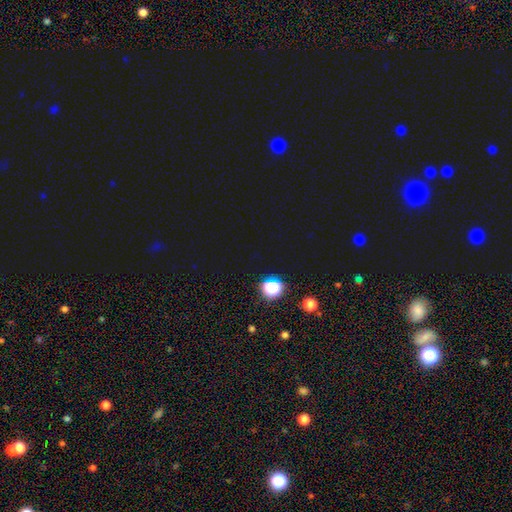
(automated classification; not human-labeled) Overall: star or artifact (71%).